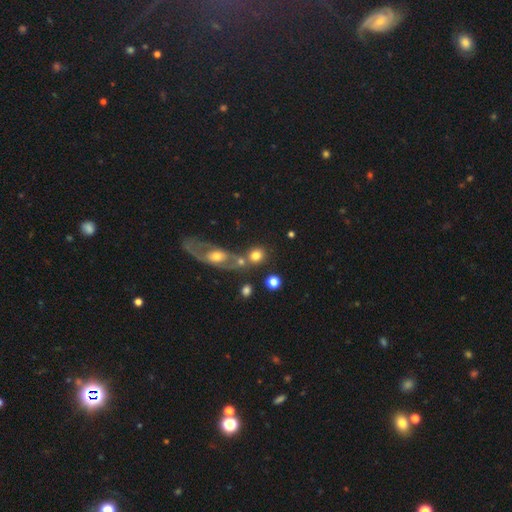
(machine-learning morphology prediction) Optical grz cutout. It shows a smooth galaxy with no disk features (75%) that is round (81%). Merging: none (57%).